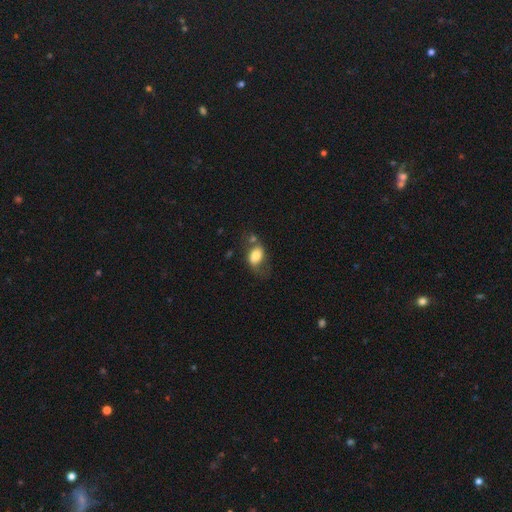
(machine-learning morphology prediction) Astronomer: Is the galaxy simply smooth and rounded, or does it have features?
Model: smooth — 73%.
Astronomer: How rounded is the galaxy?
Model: in between — 81%.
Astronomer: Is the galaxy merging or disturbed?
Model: none — 42% (runner-up: minor disturbance, 25%).